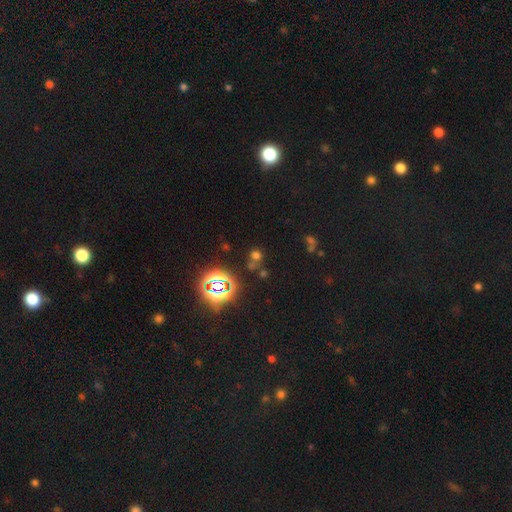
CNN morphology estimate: Smooth or featured?
  - star or artifact: 46% *
  - smooth: 45%
  - featured or disk: 9%